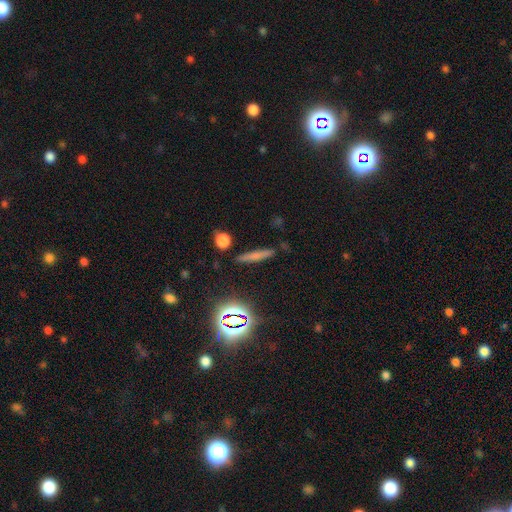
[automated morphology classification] The model was most divided on "smooth or featured": smooth: 60%, featured or disk: 22%, star or artifact: 18%. More confident: how rounded — cigar-shaped (87%); merging — none (85%).